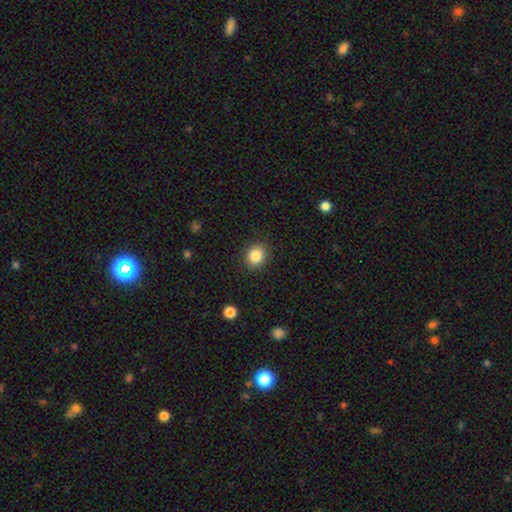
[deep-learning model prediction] smooth 85%, star or artifact 10%, featured or disk 5%. Down the decision tree: how rounded — round (71%); merging — none (89%).